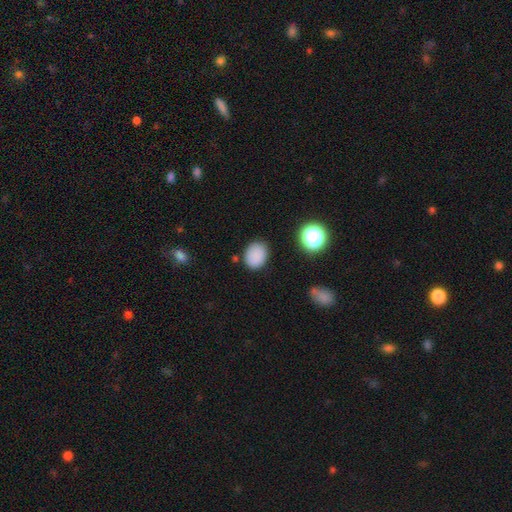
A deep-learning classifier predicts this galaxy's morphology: Smooth or featured? smooth (85%)
How rounded? in between (54%)
Merging? none (83%)